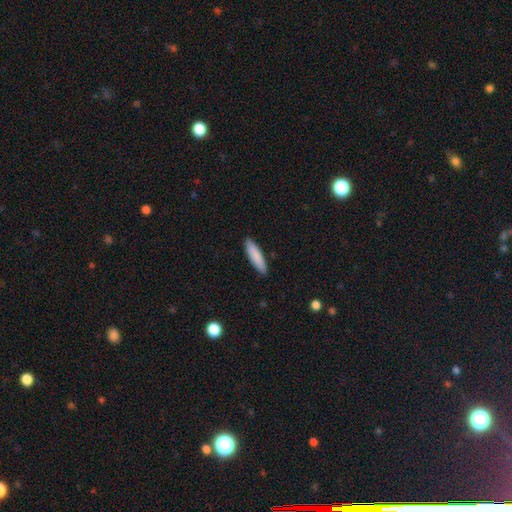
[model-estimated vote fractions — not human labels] Morphology: type=smooth (86%); roundness=cigar-shaped (74%); merging=none (90%).